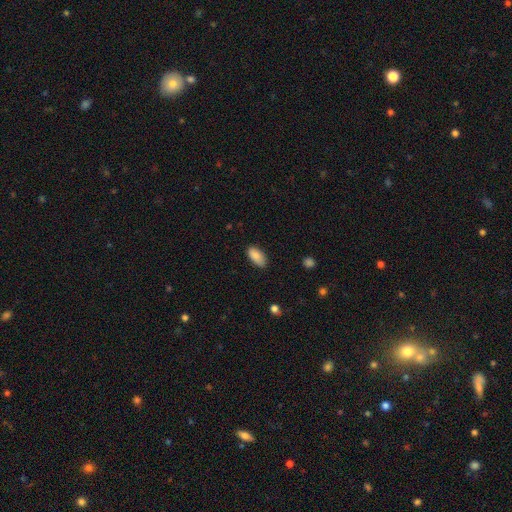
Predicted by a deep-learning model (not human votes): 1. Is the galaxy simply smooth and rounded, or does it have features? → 87% smooth, 7% star or artifact, 6% featured or disk.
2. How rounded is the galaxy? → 93% in between, 5% cigar-shaped, 2% round.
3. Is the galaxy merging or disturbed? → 80% none, 16% minor disturbance, 3% major disturbance, 1% merger.